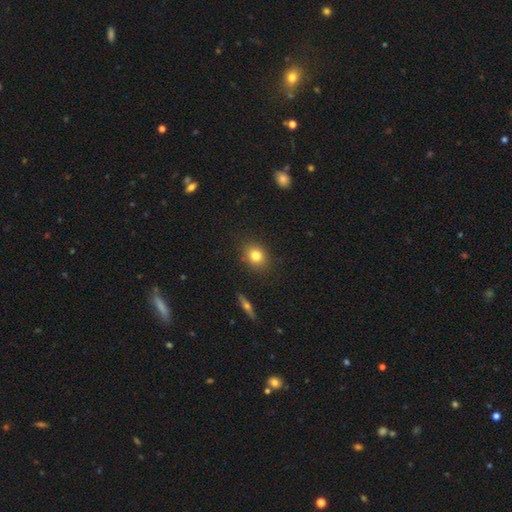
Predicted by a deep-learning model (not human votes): Smooth or featured? smooth (80%)
How rounded? round (60%)
Merging? none (86%)